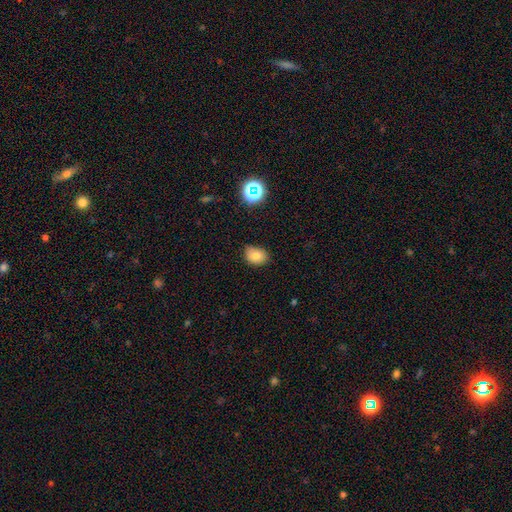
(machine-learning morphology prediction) This is likely a smooth galaxy (79%). How rounded: likely in between (60%). Merging: likely none (72%).